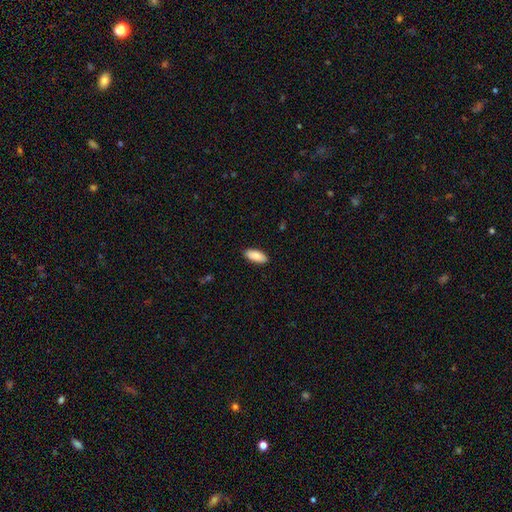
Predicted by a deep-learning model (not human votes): This is clearly a smooth galaxy (89%). How rounded: clearly in between (86%). Merging: clearly none (89%).